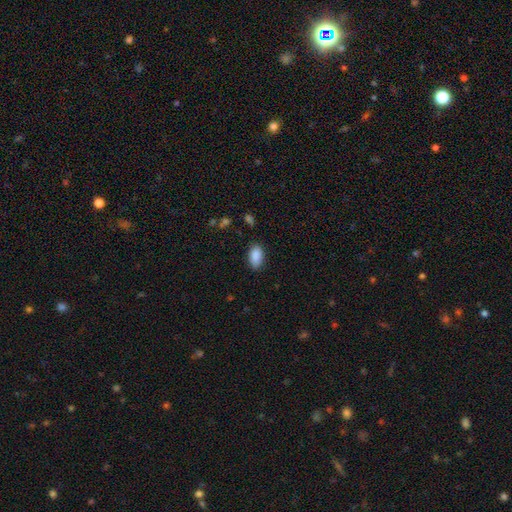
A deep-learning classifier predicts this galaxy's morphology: Smooth or featured? smooth (89%)
How rounded? in between (93%)
Merging? none (83%)